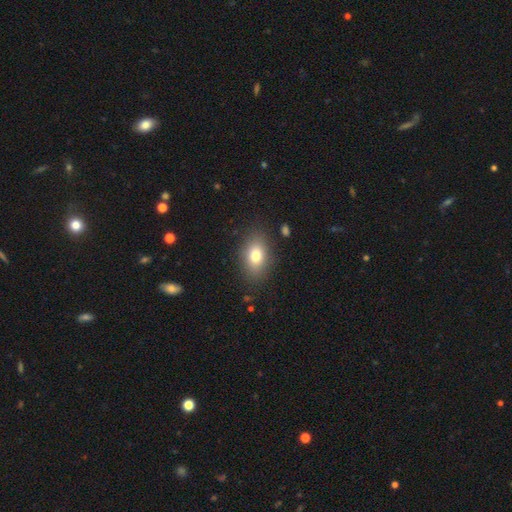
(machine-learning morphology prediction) This is likely a smooth galaxy (78%). How rounded: clearly in between (82%). Merging: clearly none (84%).